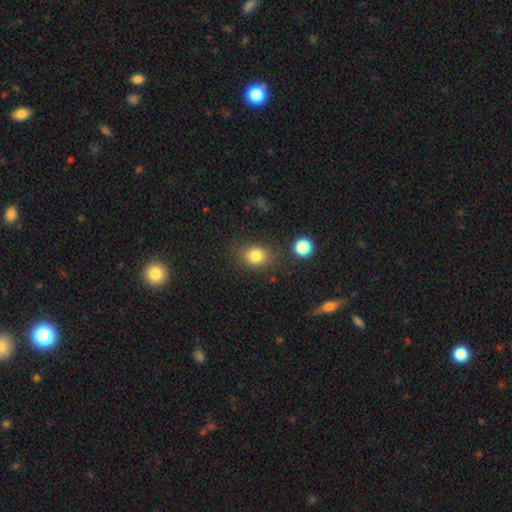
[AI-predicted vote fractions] Smooth or featured? smooth (82%)
How rounded? round (59%)
Merging? none (79%)